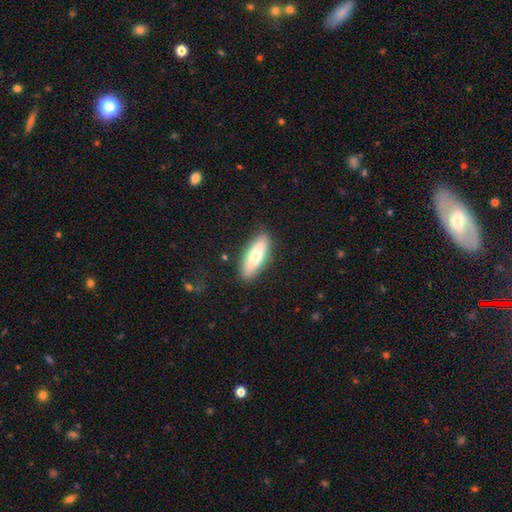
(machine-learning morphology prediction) smooth 69%, featured or disk 25%, star or artifact 6%. Down the decision tree: how rounded — in between (57%); merging — none (86%).